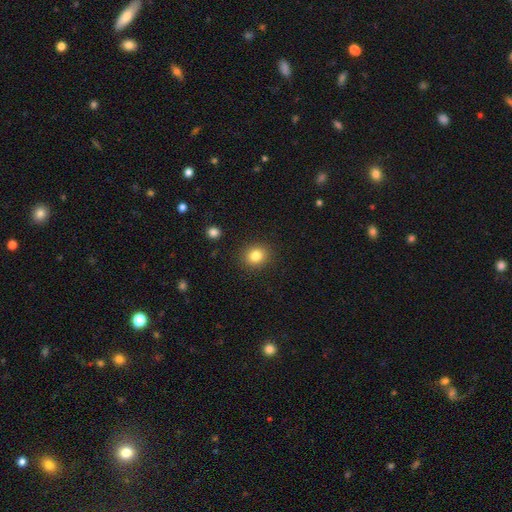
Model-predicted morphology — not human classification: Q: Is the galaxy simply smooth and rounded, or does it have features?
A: smooth — 83%.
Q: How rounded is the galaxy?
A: round — 72%.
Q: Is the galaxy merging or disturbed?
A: none — 89%.